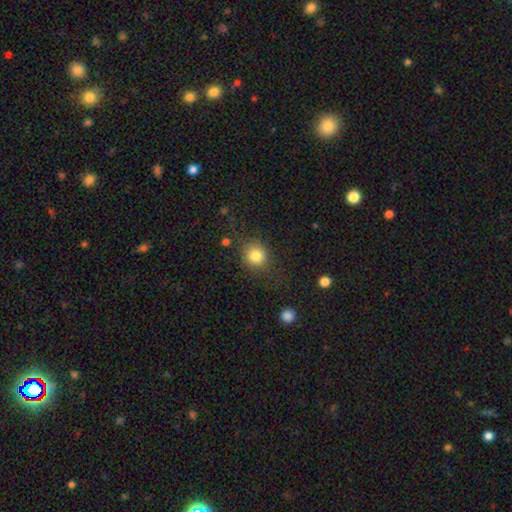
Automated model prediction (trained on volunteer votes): Smooth or featured? smooth (83%)
How rounded? round (84%)
Merging? none (80%)